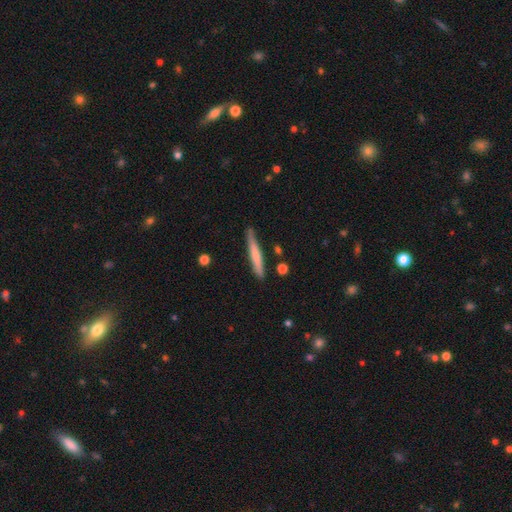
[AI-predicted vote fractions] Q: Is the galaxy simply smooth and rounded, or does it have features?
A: smooth — 63%.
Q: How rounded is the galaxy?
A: cigar-shaped — 95%.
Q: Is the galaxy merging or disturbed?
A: none — 82%.